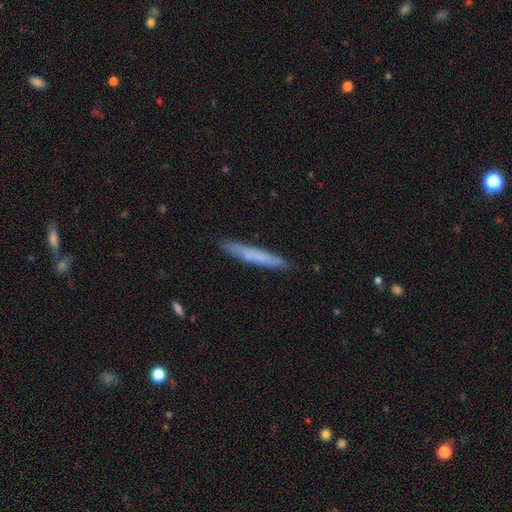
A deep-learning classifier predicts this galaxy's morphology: Smooth or featured? Predicted: smooth (p=0.65). How rounded? Predicted: cigar-shaped (p=0.96). Merging? Predicted: none (p=0.88).